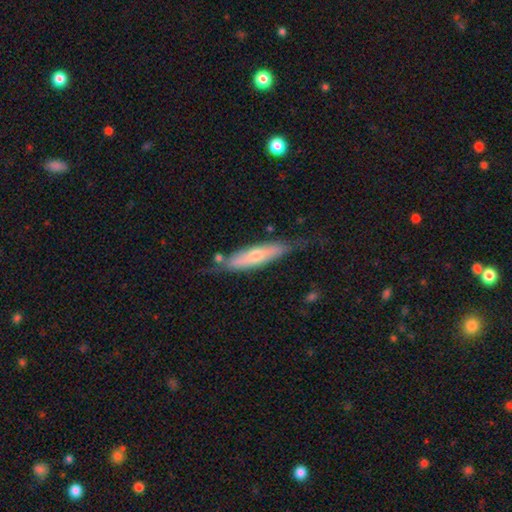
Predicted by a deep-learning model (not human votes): A smooth galaxy with no disk features (48%).

Vote fractions:
- Smooth or featured? smooth: 48% / featured or disk: 46% / star or artifact: 6%
- Merging? none: 63% / minor disturbance: 25% / major disturbance: 8% / merger: 5%